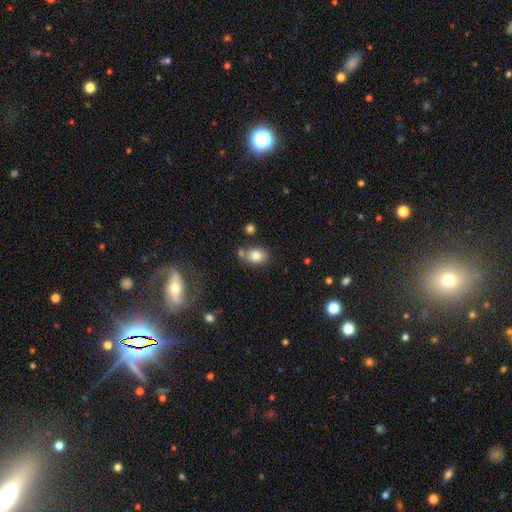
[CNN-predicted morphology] Smooth or featured? Predicted: smooth (p=0.81). How rounded? Predicted: in between (p=0.56). Merging? Predicted: none (p=0.63).